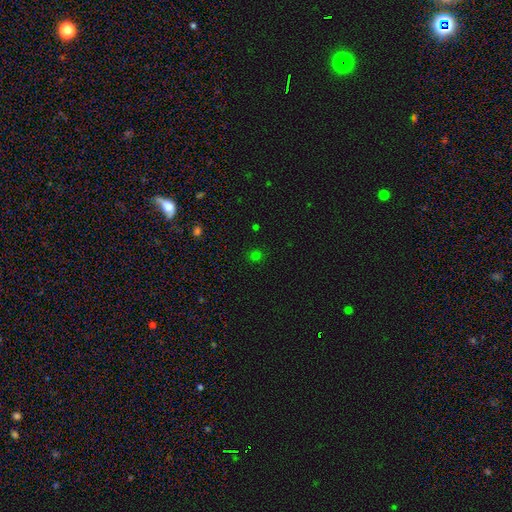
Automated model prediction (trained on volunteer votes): The model was most divided on "smooth or featured": smooth: 70%, star or artifact: 26%, featured or disk: 4%. More confident: merging — none (88%); how rounded — round (87%).